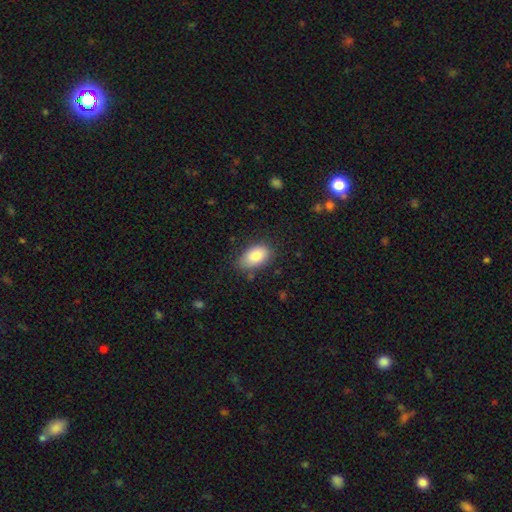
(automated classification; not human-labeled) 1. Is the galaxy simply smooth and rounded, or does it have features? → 84% smooth, 9% featured or disk, 7% star or artifact.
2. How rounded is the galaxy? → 92% in between, 6% round, 2% cigar-shaped.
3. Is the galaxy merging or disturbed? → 76% none, 18% minor disturbance, 4% major disturbance, 2% merger.